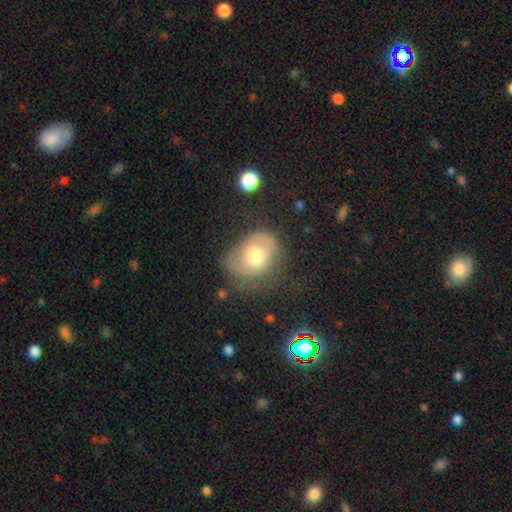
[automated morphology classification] Smooth or featured? Predicted: smooth (p=0.63). How rounded? Predicted: in between (p=0.56). Merging? Predicted: none (p=0.43).